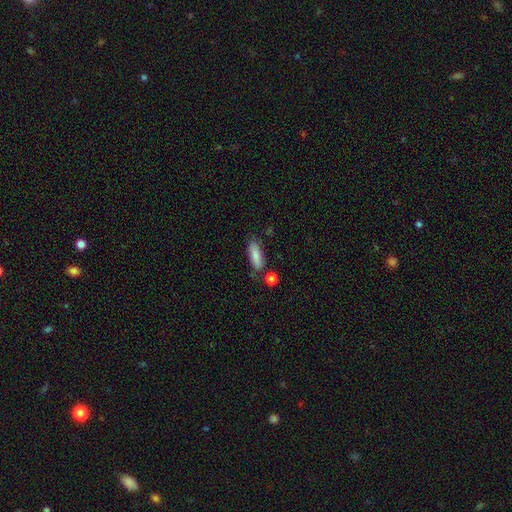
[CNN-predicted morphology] A smooth galaxy with no disk features (83%) that is in between round and cigar-shaped (58%). Merging: none (72%).